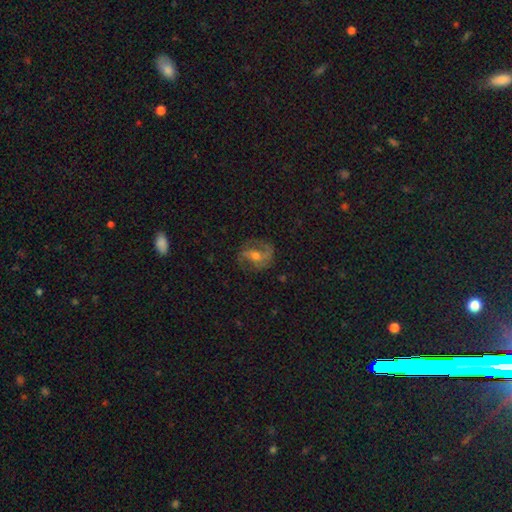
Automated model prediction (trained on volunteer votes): Morphology: type=featured or disk (75%); edge-on=no (96%); bar=weak (40%); spiral arms=yes (90%); winding=medium (51%); arm count=2 (81%); bulge=moderate (63%); merging=none (73%).